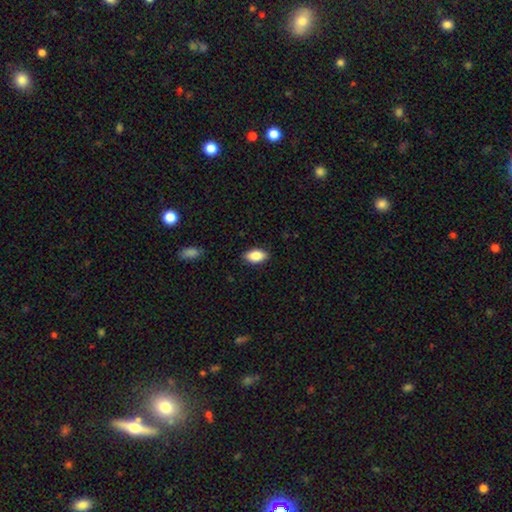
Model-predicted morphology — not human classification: Smooth or featured: smooth — 86% (featured or disk — 7%)
How rounded: in between — 92% (round — 5%)
Merging: none — 87% (minor disturbance — 10%)